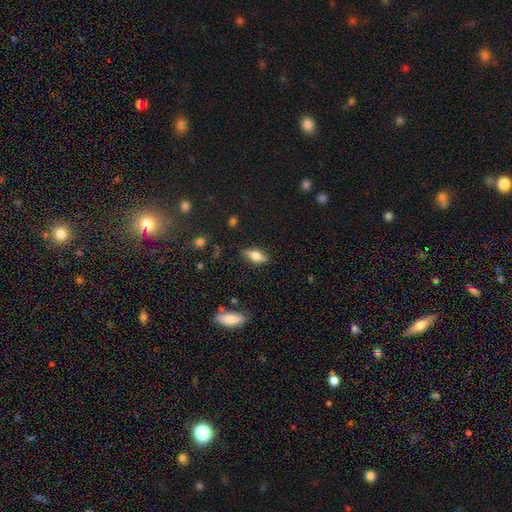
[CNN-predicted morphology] type=smooth (70%); roundness=in between (77%); merging=none (84%).